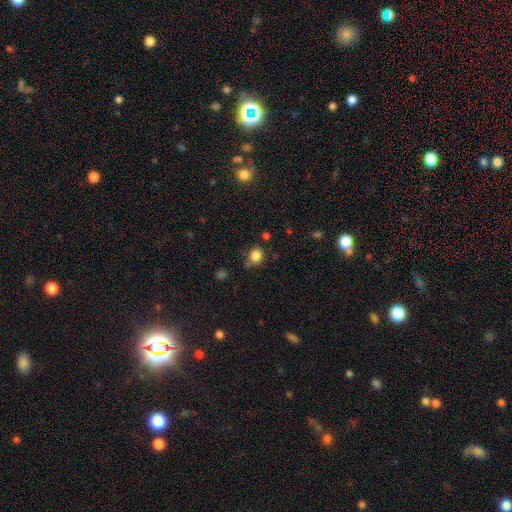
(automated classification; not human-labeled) Morphology: type=smooth (83%); roundness=round (75%); merging=none (69%).